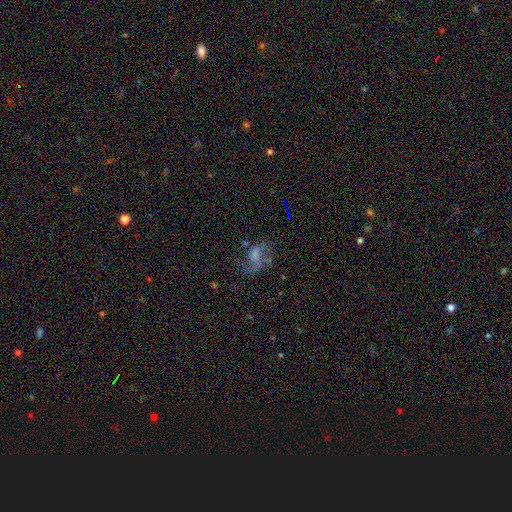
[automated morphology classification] Smooth or featured? Predicted: featured or disk (p=0.52). Edge-on disk? Predicted: no (p=0.97). Bar? Predicted: no (p=0.59). Spiral arms? Predicted: yes (p=0.62). Bulge size? Predicted: none (p=0.47). Merging? Predicted: major disturbance (p=0.40).